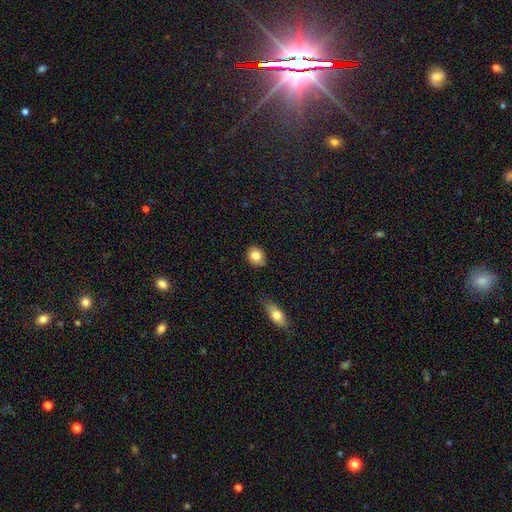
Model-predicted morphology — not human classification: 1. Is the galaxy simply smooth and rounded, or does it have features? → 83% smooth, 9% star or artifact, 8% featured or disk.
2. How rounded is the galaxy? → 68% round, 31% in between, 1% cigar-shaped.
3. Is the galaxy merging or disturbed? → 84% none, 12% minor disturbance, 2% major disturbance, 2% merger.